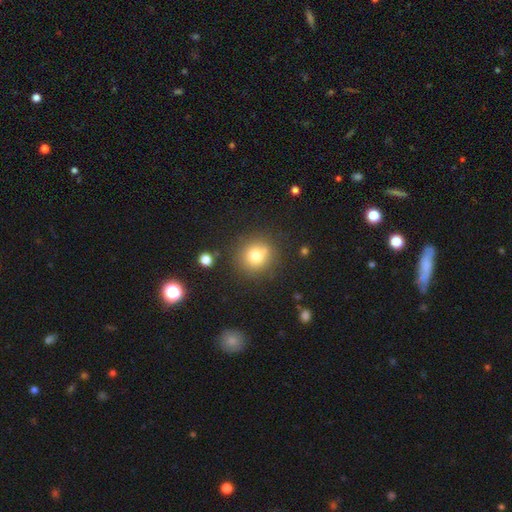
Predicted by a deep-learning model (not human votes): A smooth galaxy with no disk features (76%) that is round (88%).

Vote fractions:
- Smooth or featured? smooth: 76% / star or artifact: 13% / featured or disk: 11%
- How rounded? round: 88% / in between: 11% / cigar-shaped: 1%
- Merging? none: 77% / minor disturbance: 12% / merger: 8% / major disturbance: 4%